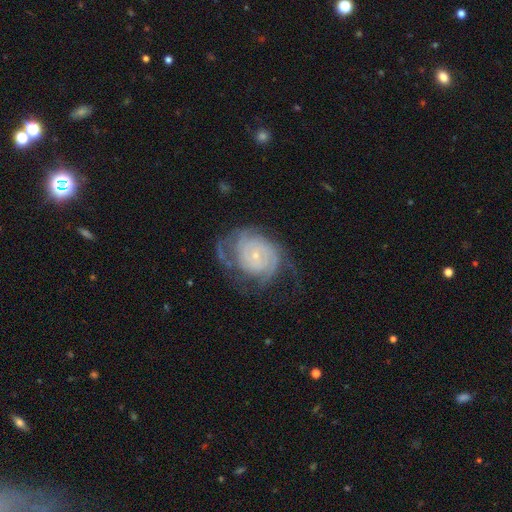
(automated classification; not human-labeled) featured or disk 85%, smooth 10%, star or artifact 6%. Down the decision tree: edge-on disk — no (98%); bar — no (74%); spiral arms — yes (95%); spiral arm count — can't tell (30%); spiral winding — tight (66%); bulge size — small (81%); merging — none (56%).